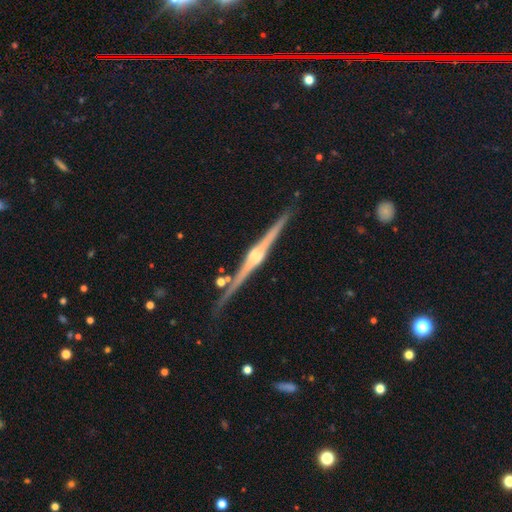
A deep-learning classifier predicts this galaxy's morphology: Smooth or featured: featured or disk — 89% (smooth — 6%)
Edge-on disk: yes — 99% (no — 1%)
Edge-on bulge: rounded — 85% (boxy — 10%)
Merging: none — 88% (minor disturbance — 8%)